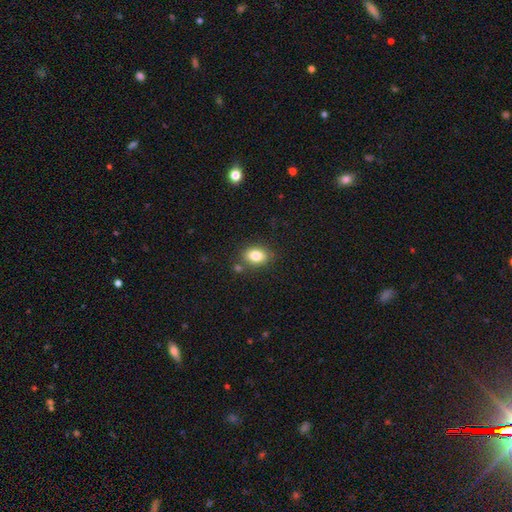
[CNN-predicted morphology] Smooth or featured?
  - smooth: 82% *
  - star or artifact: 9%
  - featured or disk: 9%
How rounded?
  - in between: 76% *
  - round: 22%
  - cigar-shaped: 1%
Merging?
  - none: 77% *
  - minor disturbance: 12%
  - merger: 7%
  - major disturbance: 3%